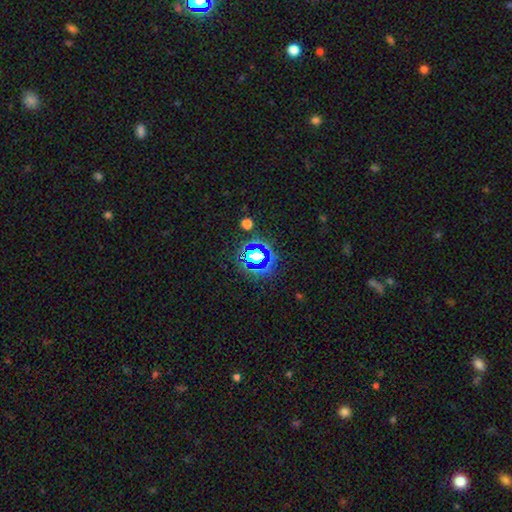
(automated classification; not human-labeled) A star or artifact, not a galaxy (61%).

Vote fractions:
- Smooth or featured? star or artifact: 61% / smooth: 28% / featured or disk: 11%